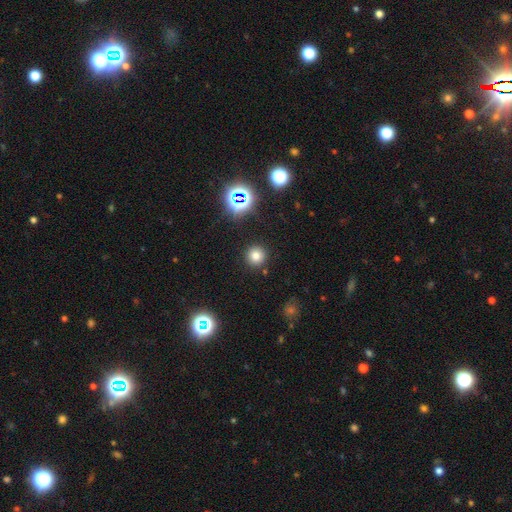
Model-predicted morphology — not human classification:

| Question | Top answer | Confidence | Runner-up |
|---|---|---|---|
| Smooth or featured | smooth | 73% | star or artifact (19%) |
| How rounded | round | 94% | in between (5%) |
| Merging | none | 90% | minor disturbance (6%) |